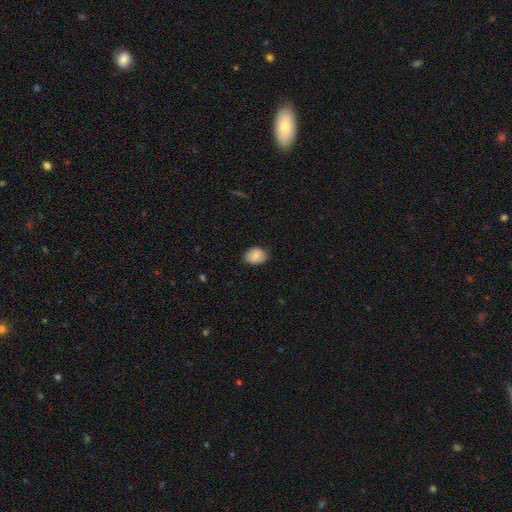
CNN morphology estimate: This appears to be a smooth galaxy with no disk features (78%) that is in between round and cigar-shaped (74%). Merging: none (78%).